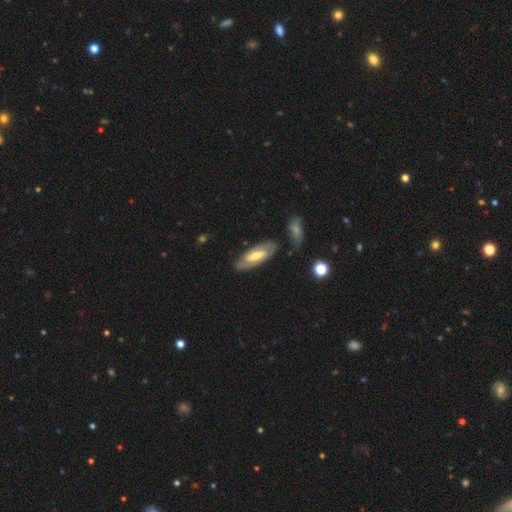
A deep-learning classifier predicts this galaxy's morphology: type=featured or disk (63%); edge-on=no (81%); bar=weak (40%); spiral arms=yes (66%); bulge=moderate (53%); merging=none (77%).